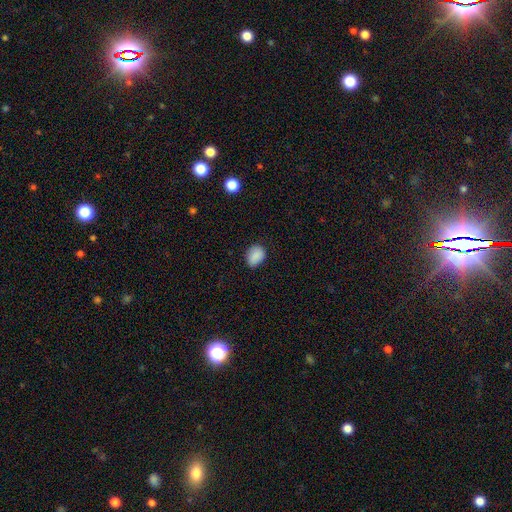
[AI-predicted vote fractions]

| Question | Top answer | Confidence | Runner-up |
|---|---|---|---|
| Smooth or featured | smooth | 88% | star or artifact (8%) |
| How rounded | in between | 62% | round (37%) |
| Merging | none | 75% | minor disturbance (20%) |